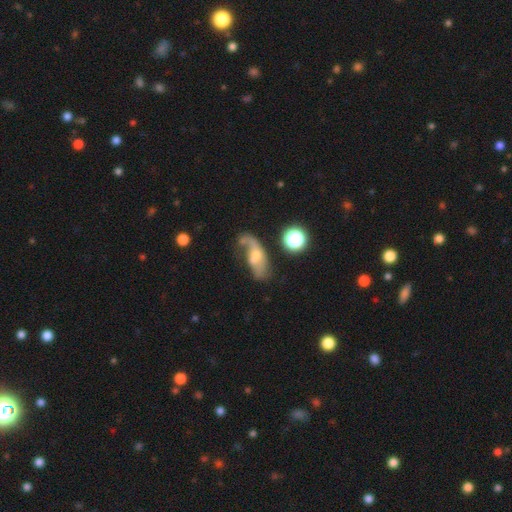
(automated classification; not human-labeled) Smooth or featured? Predicted: featured or disk (p=0.61). Edge-on disk? Predicted: no (p=0.90). Bar? Predicted: no (p=0.52). Spiral arms? Predicted: yes (p=0.80). Bulge size? Predicted: moderate (p=0.44). Merging? Predicted: major disturbance (p=0.35).